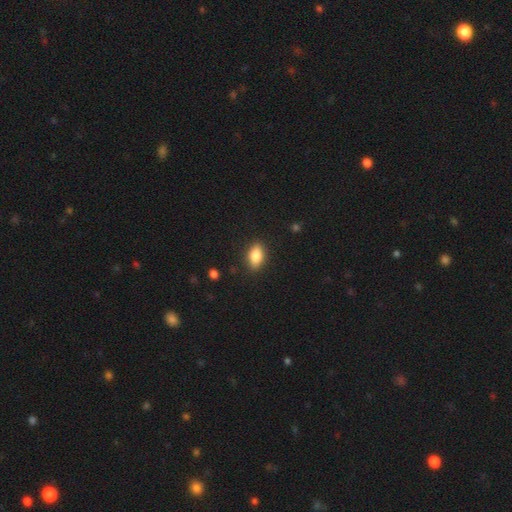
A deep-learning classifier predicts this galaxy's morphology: Q: Smooth or featured?
A: smooth (84%); runner-up: featured or disk (9%)
Q: How rounded?
A: in between (87%); runner-up: round (9%)
Q: Merging?
A: none (88%); runner-up: minor disturbance (9%)